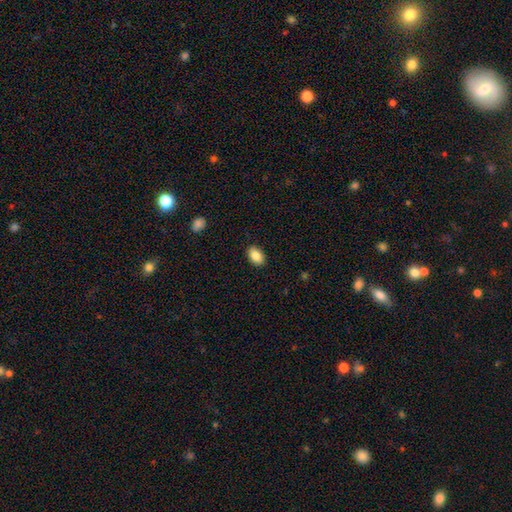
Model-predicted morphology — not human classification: Smooth or featured?
  - smooth: 87% *
  - star or artifact: 8%
  - featured or disk: 6%
How rounded?
  - in between: 89% *
  - round: 9%
  - cigar-shaped: 1%
Merging?
  - none: 89% *
  - minor disturbance: 9%
  - major disturbance: 2%
  - merger: 1%